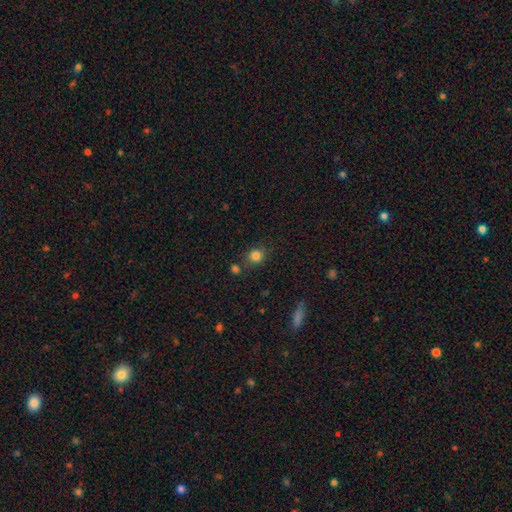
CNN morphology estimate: smooth 82%, star or artifact 13%, featured or disk 6%. Down the decision tree: how rounded — round (81%); merging — none (76%).